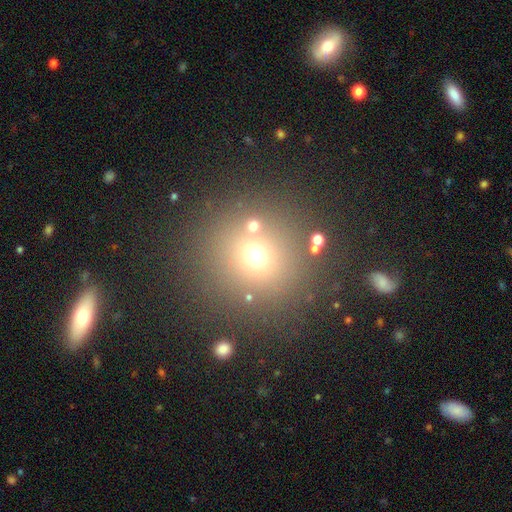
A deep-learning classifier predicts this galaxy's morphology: A smooth galaxy with no disk features (63%) that is round (91%).

Vote fractions:
- Smooth or featured? smooth: 63% / star or artifact: 26% / featured or disk: 11%
- How rounded? round: 91% / in between: 8% / cigar-shaped: 1%
- Merging? none: 80% / merger: 8% / minor disturbance: 8% / major disturbance: 4%